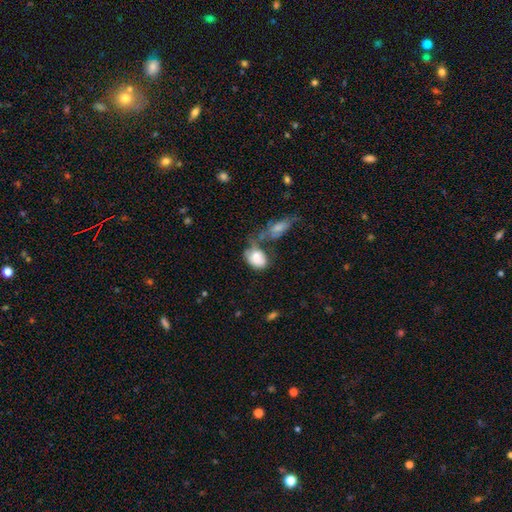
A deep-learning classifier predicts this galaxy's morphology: This appears to be a smooth galaxy with no disk features (72%) that is in between round and cigar-shaped (76%). Merging: merger (35%).